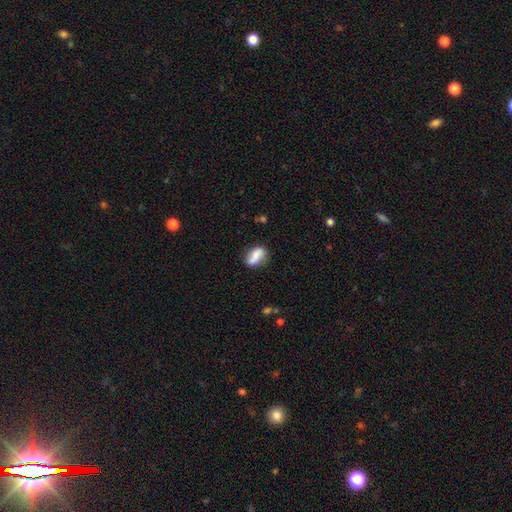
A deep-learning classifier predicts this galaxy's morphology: Overall: smooth (75%). How rounded: in between (81%). Merging: none (66%).